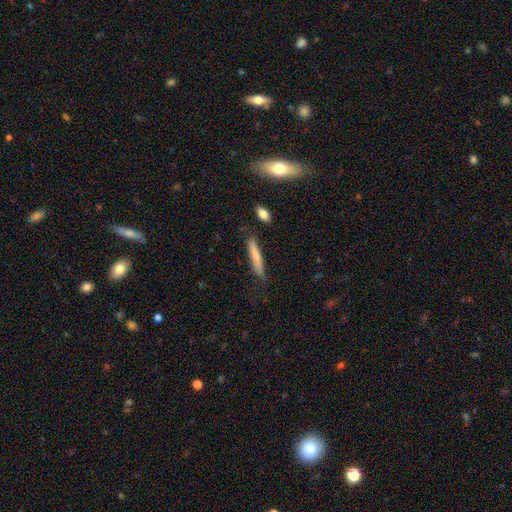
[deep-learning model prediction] A smooth galaxy with no disk features (70%) that is cigar-shaped (92%).

Vote fractions:
- Smooth or featured? smooth: 70% / featured or disk: 23% / star or artifact: 7%
- How rounded? cigar-shaped: 92% / in between: 6% / round: 2%
- Merging? none: 80% / minor disturbance: 15% / major disturbance: 3% / merger: 3%